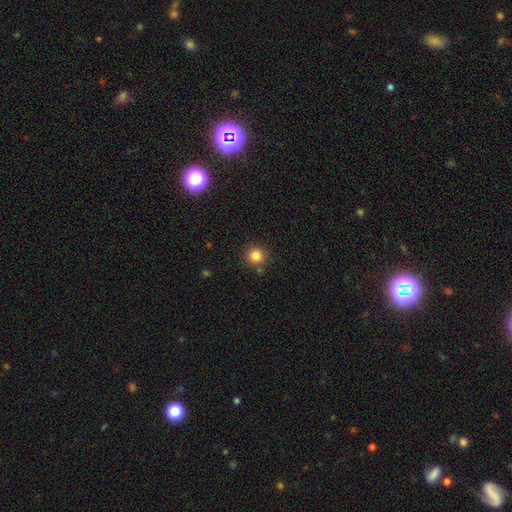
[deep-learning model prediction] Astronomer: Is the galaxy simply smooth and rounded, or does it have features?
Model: smooth — 83%.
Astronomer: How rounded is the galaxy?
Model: round — 94%.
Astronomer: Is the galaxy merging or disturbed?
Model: none — 84%.